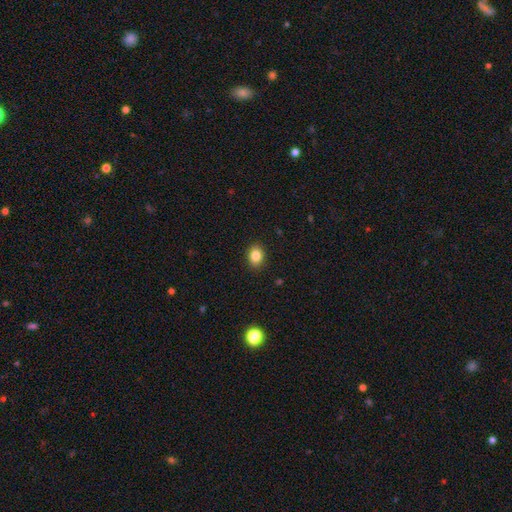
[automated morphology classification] Q: Smooth or featured?
A: smooth (85%); runner-up: star or artifact (10%)
Q: How rounded?
A: in between (62%); runner-up: round (37%)
Q: Merging?
A: none (89%); runner-up: minor disturbance (8%)